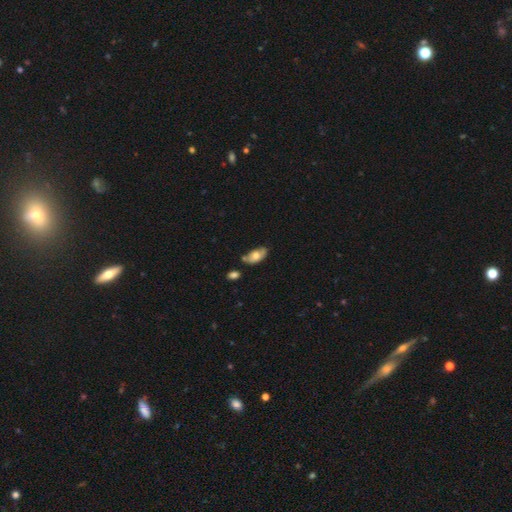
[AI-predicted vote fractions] The model was most divided on "smooth or featured": smooth: 61%, featured or disk: 32%, star or artifact: 7%. More confident: how rounded — in between (91%); merging — none (57%).